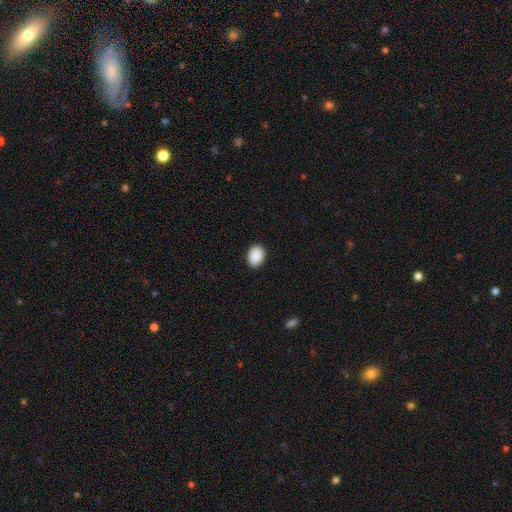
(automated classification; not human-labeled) Smooth or featured: smooth — 91% (star or artifact — 7%)
How rounded: in between — 72% (round — 27%)
Merging: none — 90% (minor disturbance — 7%)